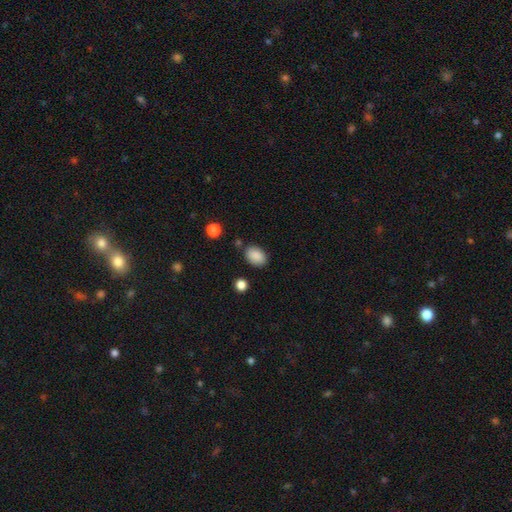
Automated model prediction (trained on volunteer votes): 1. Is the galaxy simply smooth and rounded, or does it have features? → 88% smooth, 8% star or artifact, 4% featured or disk.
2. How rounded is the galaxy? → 83% in between, 16% round, 1% cigar-shaped.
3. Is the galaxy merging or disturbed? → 80% none, 13% minor disturbance, 4% merger, 3% major disturbance.